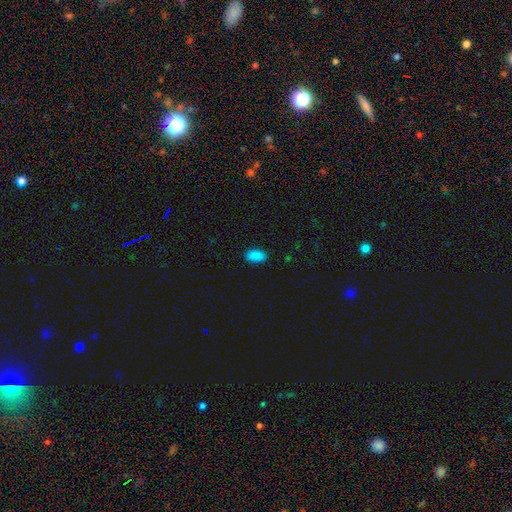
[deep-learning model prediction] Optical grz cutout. It shows a smooth galaxy with no disk features (89%) that is in between round and cigar-shaped (94%). Merging: none (89%).